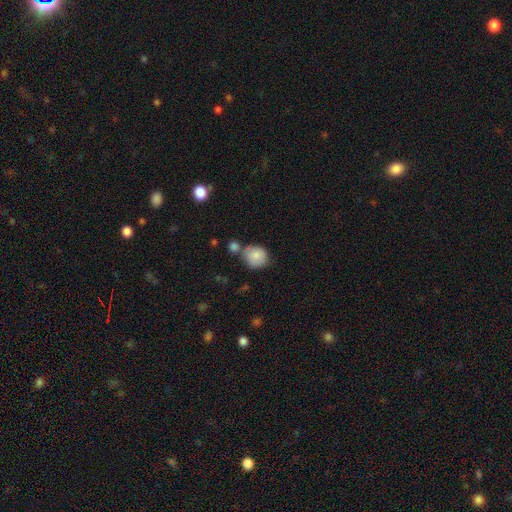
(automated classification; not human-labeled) Q: Smooth or featured?
A: smooth (85%); runner-up: star or artifact (8%)
Q: How rounded?
A: round (84%); runner-up: in between (15%)
Q: Merging?
A: none (59%); runner-up: merger (21%)